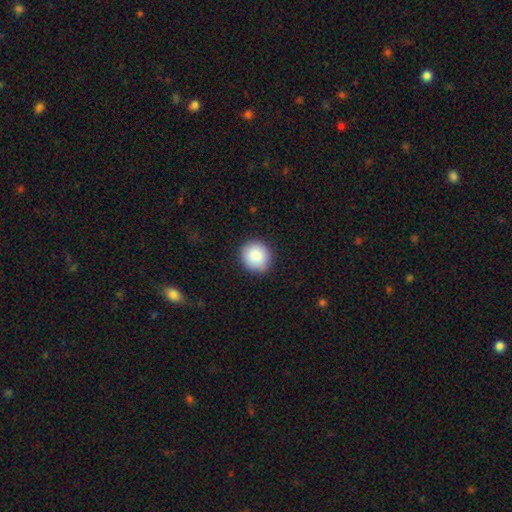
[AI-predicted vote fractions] This appears to be a smooth galaxy with no disk features (88%) that is round (86%). Merging: none (89%).